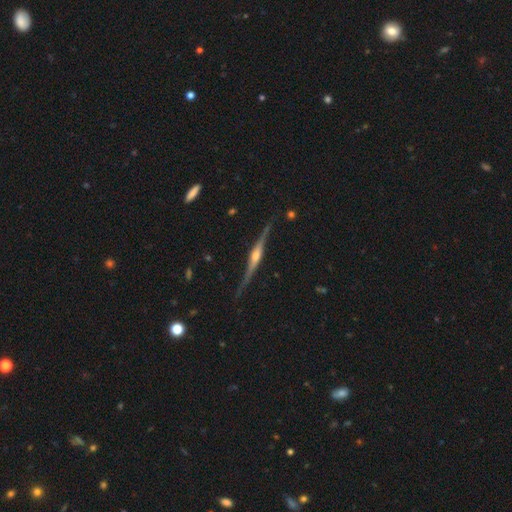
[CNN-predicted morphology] The model was most divided on "merging": none: 82%, minor disturbance: 13%, major disturbance: 3%, merger: 2%. More confident: edge-on disk — yes (98%); edge-on bulge — rounded (88%); smooth or featured — featured or disk (85%).